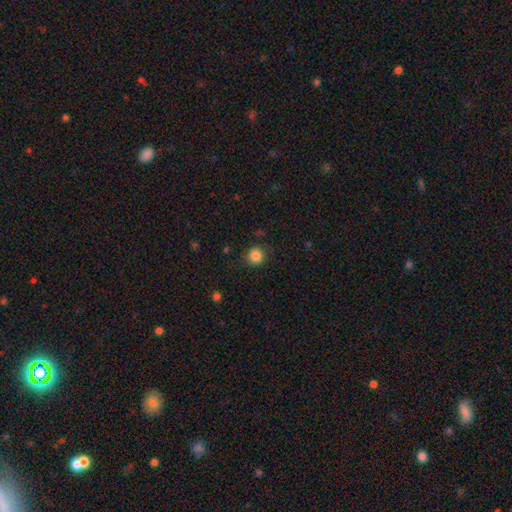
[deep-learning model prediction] Smooth or featured: smooth — 85% (star or artifact — 11%)
How rounded: round — 92% (in between — 7%)
Merging: none — 86% (minor disturbance — 10%)